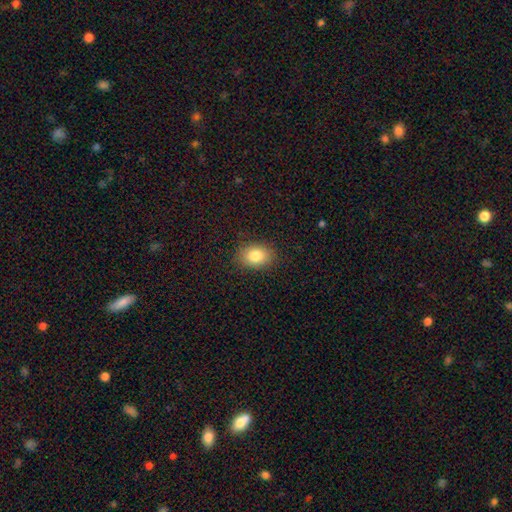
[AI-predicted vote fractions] smooth-or-featured: smooth: 84% | star or artifact: 9% | featured or disk: 8%
  how-rounded: in between: 77% | round: 22% | cigar-shaped: 1%
  merging: none: 88% | minor disturbance: 9% | major disturbance: 2% | merger: 1%